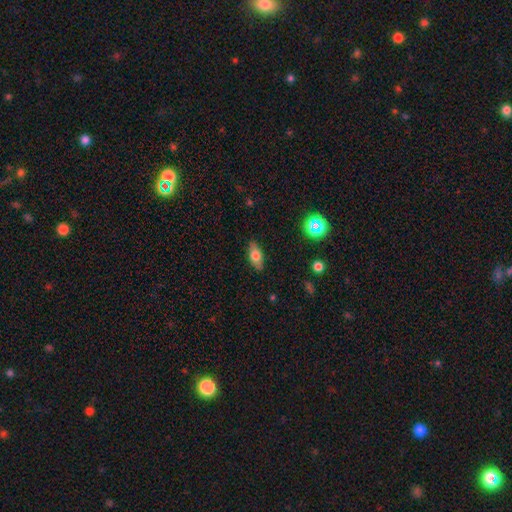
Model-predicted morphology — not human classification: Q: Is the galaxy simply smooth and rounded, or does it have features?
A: smooth — 70%.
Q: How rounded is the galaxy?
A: in between — 83%.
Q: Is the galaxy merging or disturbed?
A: none — 86%.